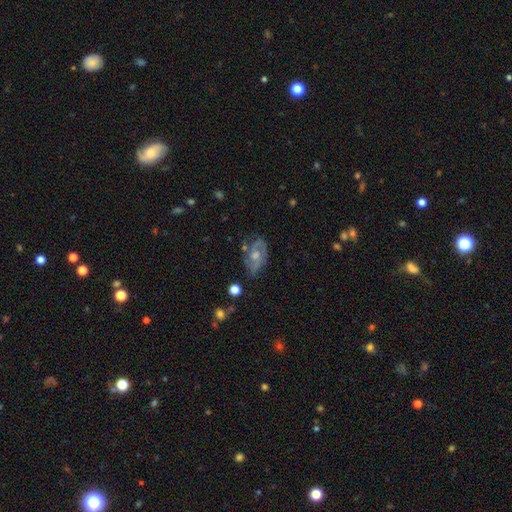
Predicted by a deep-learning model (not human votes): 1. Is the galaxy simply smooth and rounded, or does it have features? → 69% featured or disk, 23% smooth, 8% star or artifact.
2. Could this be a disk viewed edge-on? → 95% no, 5% yes.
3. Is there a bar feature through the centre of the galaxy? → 70% no, 26% weak, 4% strong.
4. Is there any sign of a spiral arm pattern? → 79% yes, 21% no.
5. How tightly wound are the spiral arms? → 45% medium, 34% tight, 21% loose.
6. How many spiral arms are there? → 61% 2, 23% can't tell, 7% 3, 4% 1, 2% 4, 2% more than 4.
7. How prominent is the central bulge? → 63% moderate, 23% small, 8% large, 5% none, 1% dominant.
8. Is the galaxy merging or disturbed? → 64% none, 23% minor disturbance, 10% major disturbance, 3% merger.